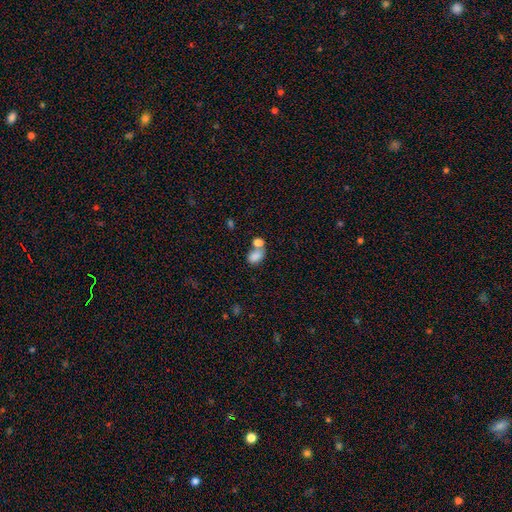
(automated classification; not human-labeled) smooth-or-featured: smooth: 80% | featured or disk: 10% | star or artifact: 9%
  how-rounded: in between: 81% | round: 17% | cigar-shaped: 1%
  merging: merger: 56% | none: 28% | minor disturbance: 10% | major disturbance: 6%